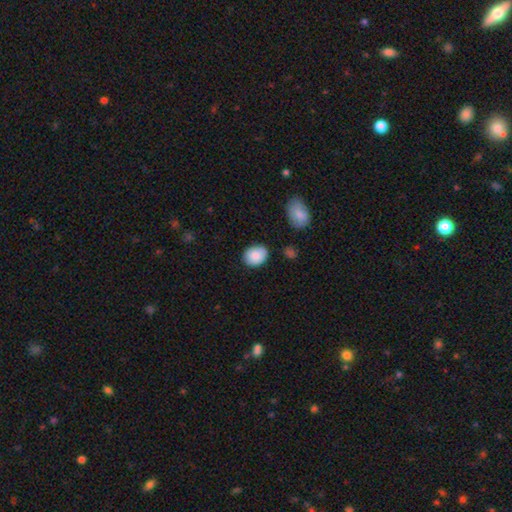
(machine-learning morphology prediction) This is clearly a smooth galaxy (87%). How rounded: likely in between (63%). Merging: likely none (77%).